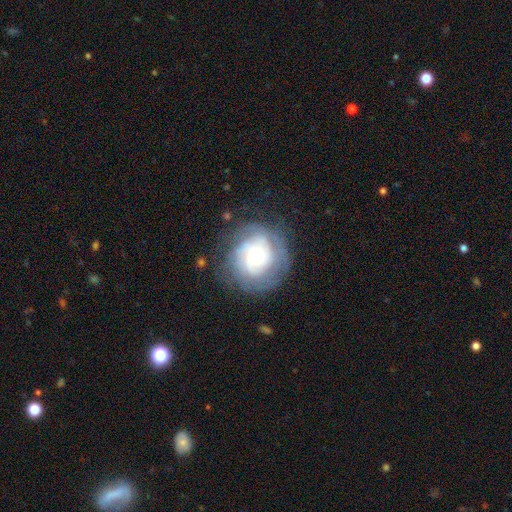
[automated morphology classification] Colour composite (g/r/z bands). It shows a featured or disk galaxy (67%) with no bar (73%), tight (63%) spiral arms (85%) and a small central bulge (48%). Merging: none (72%).